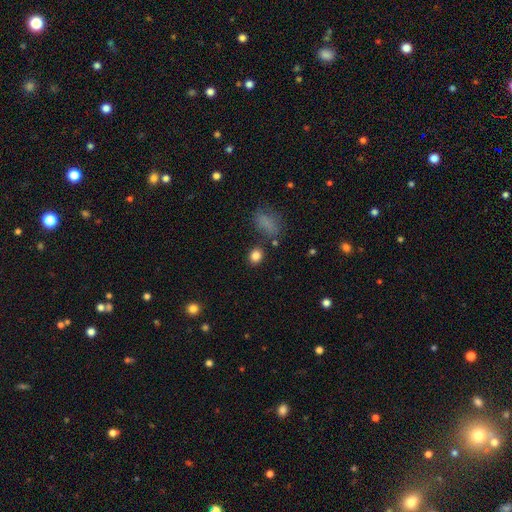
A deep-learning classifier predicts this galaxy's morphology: smooth-or-featured: smooth: 83% | star or artifact: 12% | featured or disk: 5%
  how-rounded: round: 62% | in between: 37% | cigar-shaped: 1%
  merging: none: 80% | minor disturbance: 10% | merger: 6% | major disturbance: 4%